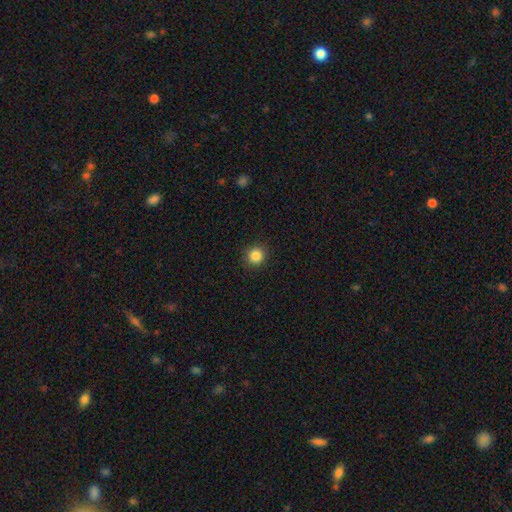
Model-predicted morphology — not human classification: smooth-or-featured: smooth: 86% | star or artifact: 10% | featured or disk: 4%
  how-rounded: round: 93% | in between: 6% | cigar-shaped: 1%
  merging: none: 91% | minor disturbance: 6% | major disturbance: 2% | merger: 1%